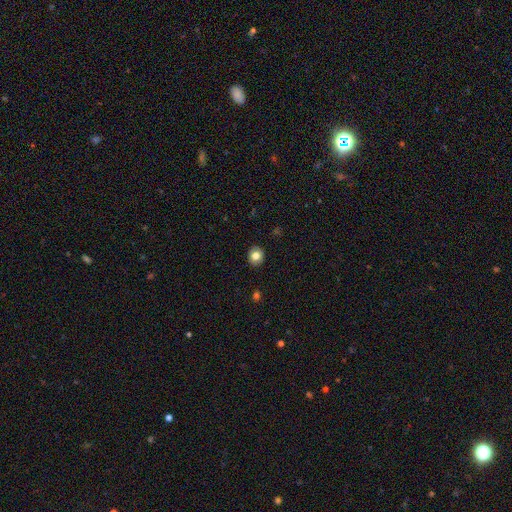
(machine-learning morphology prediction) A smooth galaxy with no disk features (80%) that is round (74%).

Vote fractions:
- Smooth or featured? smooth: 80% / featured or disk: 11% / star or artifact: 10%
- How rounded? round: 74% / in between: 25% / cigar-shaped: 1%
- Merging? none: 90% / minor disturbance: 7% / major disturbance: 2% / merger: 1%